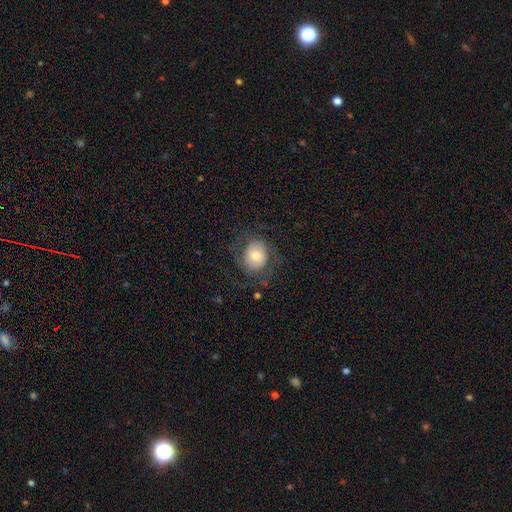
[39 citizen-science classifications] smooth_or_featured: featured or disk (p=0.64) [alt: smooth p=0.33]
disk_edge_on: no (p=0.92) [alt: yes p=0.08]
bar: no (p=0.61) [alt: weak p=0.30]
has_spiral_arms: yes (p=0.91) [alt: no p=0.09]
spiral_winding: medium (p=0.67) [alt: tight p=0.24]
spiral_arm_count: 2 (p=0.86) [alt: can't tell p=0.10]
bulge_size: moderate (p=0.48) [alt: large p=0.35]
merging: none (p=0.68) [alt: minor disturbance p=0.21]